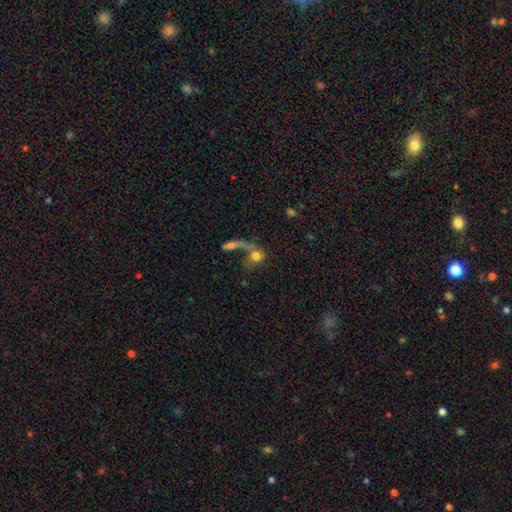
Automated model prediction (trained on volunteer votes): The model was most divided on "how rounded": round: 53%, in between: 42%, cigar-shaped: 5%. Remaining: smooth or featured — smooth (65%); merging — merger (48%).